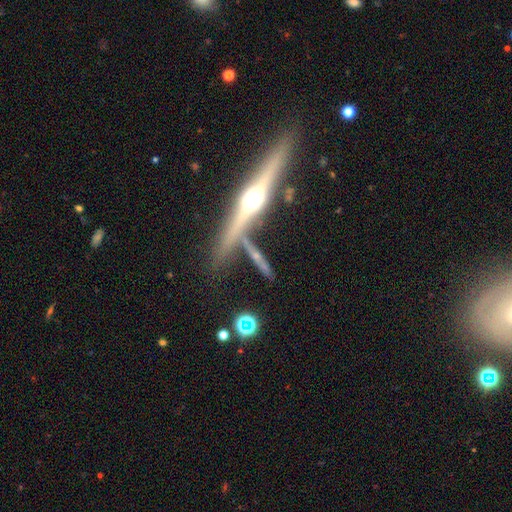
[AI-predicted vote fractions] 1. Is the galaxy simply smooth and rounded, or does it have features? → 77% featured or disk, 14% smooth, 8% star or artifact.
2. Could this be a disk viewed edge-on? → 96% yes, 4% no.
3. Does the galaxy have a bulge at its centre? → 93% rounded, 4% boxy, 3% none.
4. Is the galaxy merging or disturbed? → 74% none, 11% merger, 11% minor disturbance, 4% major disturbance.